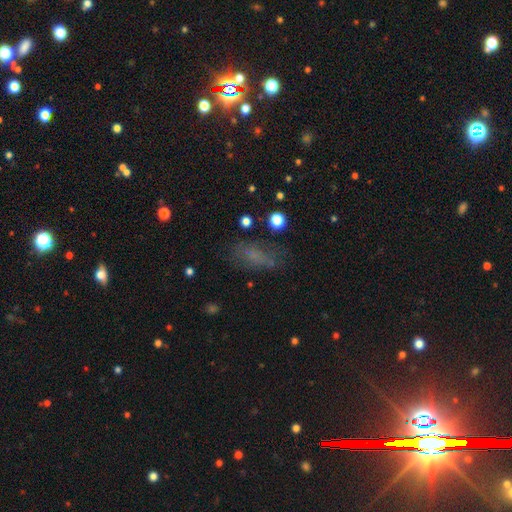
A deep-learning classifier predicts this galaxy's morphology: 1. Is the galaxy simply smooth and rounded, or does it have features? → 55% smooth, 24% star or artifact, 21% featured or disk.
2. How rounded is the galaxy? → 76% in between, 16% cigar-shaped, 8% round.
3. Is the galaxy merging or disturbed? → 58% none, 22% minor disturbance, 17% major disturbance, 3% merger.